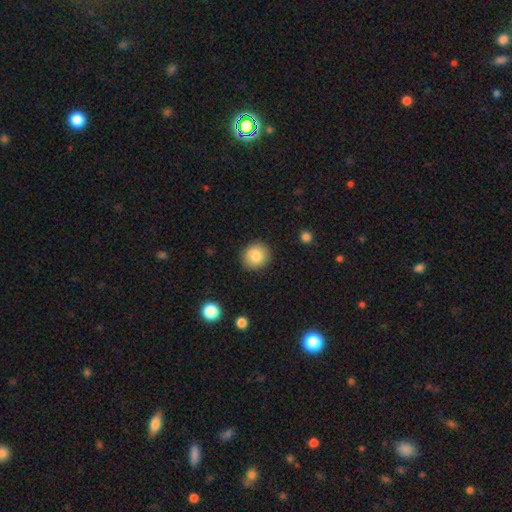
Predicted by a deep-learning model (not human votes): smooth-or-featured: smooth: 82% | star or artifact: 9% | featured or disk: 9%
  how-rounded: round: 86% | in between: 13% | cigar-shaped: 1%
  merging: none: 87% | minor disturbance: 9% | major disturbance: 2% | merger: 2%